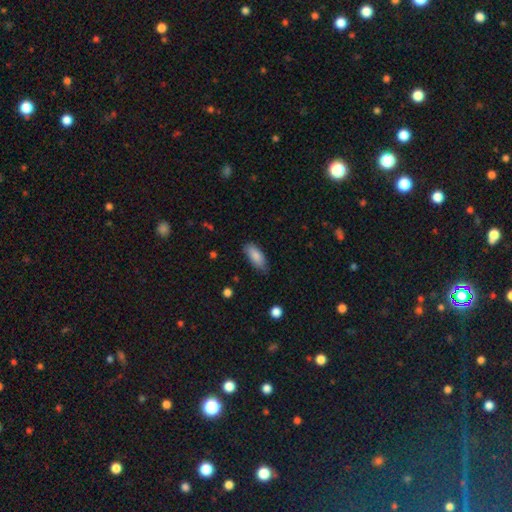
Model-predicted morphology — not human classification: A smooth galaxy with no disk features (85%) that is in between round and cigar-shaped (82%). Merging: none (71%).